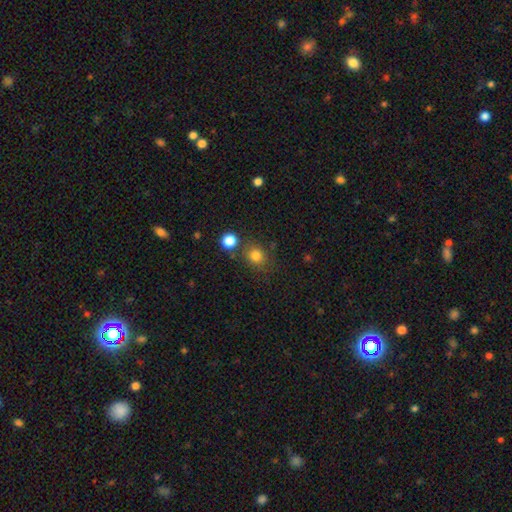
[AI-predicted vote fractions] Smooth or featured? smooth (80%)
How rounded? round (75%)
Merging? none (73%)